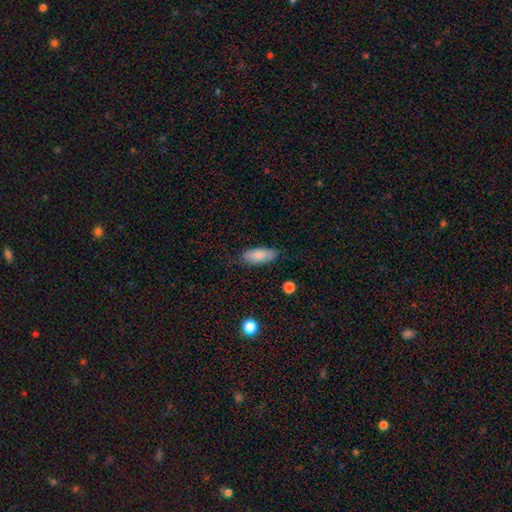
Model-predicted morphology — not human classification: Smooth or featured: smooth — 83% (featured or disk — 11%)
How rounded: in between — 79% (cigar-shaped — 19%)
Merging: none — 78% (minor disturbance — 17%)